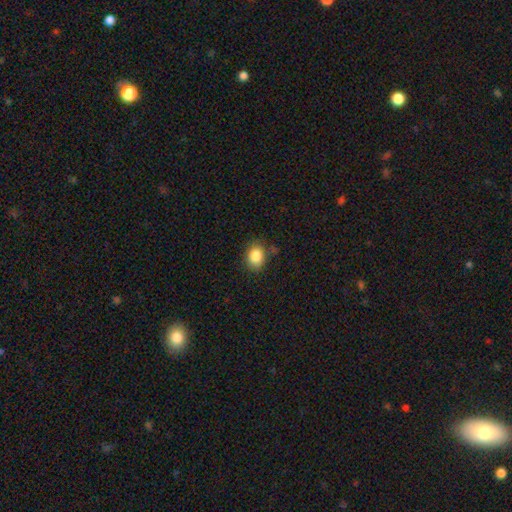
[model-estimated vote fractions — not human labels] Smooth or featured? Predicted: smooth (p=0.85). How rounded? Predicted: in between (p=0.56). Merging? Predicted: none (p=0.74).